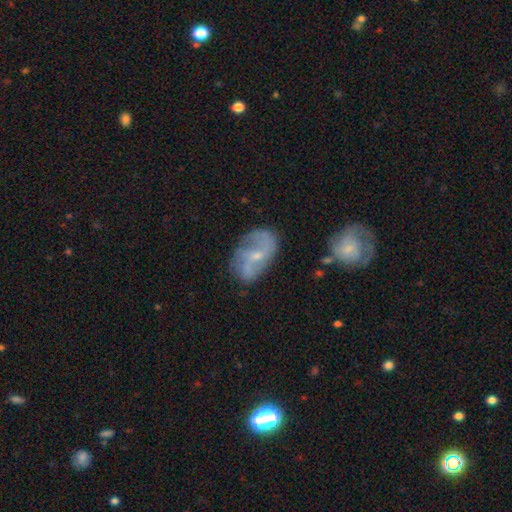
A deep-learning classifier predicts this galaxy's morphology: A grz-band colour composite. It shows a featured or disk galaxy (71%) with no bar (45%), 2 (65%) loose (43%) spiral arms (85%) and a small central bulge (64%). Merging: none (60%).